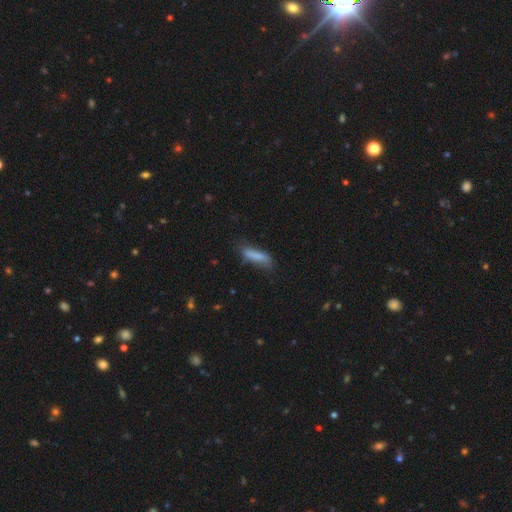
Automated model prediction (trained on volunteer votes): This is likely a smooth galaxy (79%). How rounded: likely cigar-shaped (62%). Merging: possibly none (57%).